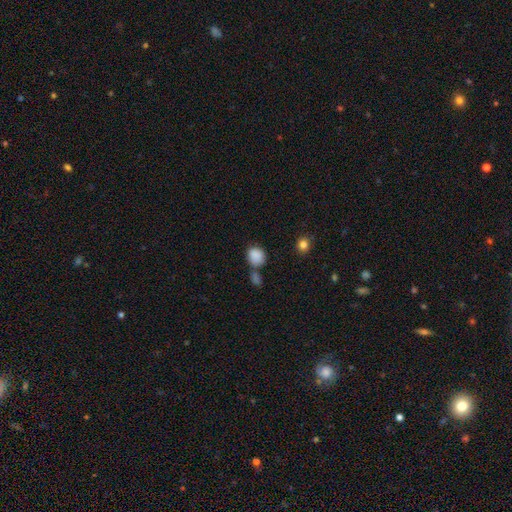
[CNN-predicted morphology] smooth-or-featured: smooth: 87% | star or artifact: 9% | featured or disk: 4%
  how-rounded: round: 71% | in between: 27% | cigar-shaped: 1%
  merging: none: 57% | merger: 24% | minor disturbance: 14% | major disturbance: 5%